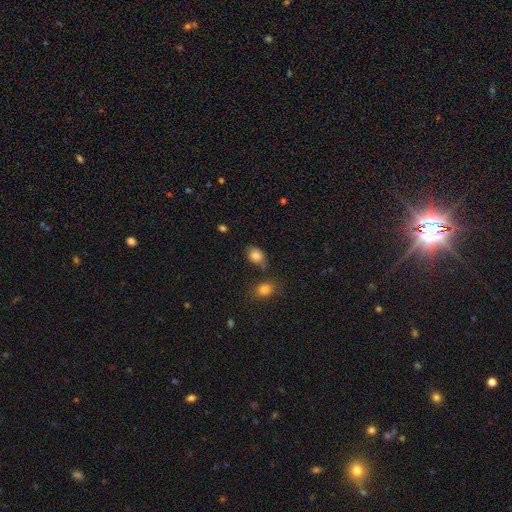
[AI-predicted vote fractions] Q: Smooth or featured?
A: smooth (83%); runner-up: star or artifact (9%)
Q: How rounded?
A: in between (68%); runner-up: round (30%)
Q: Merging?
A: none (72%); runner-up: minor disturbance (16%)